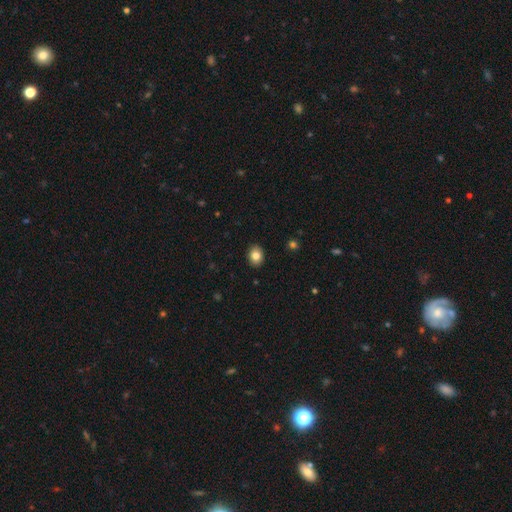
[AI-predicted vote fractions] Overall: smooth (83%). How rounded: in between (61%; round 38%). Merging: none (90%).